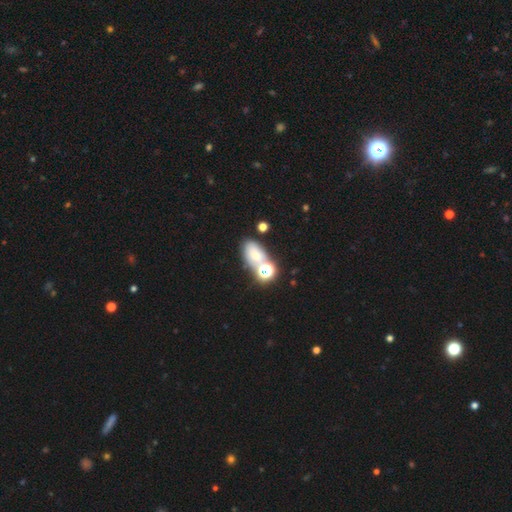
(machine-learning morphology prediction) Smooth or featured?
  - smooth: 55% *
  - featured or disk: 24%
  - star or artifact: 21%
How rounded?
  - in between: 81% *
  - round: 17%
  - cigar-shaped: 3%
Merging?
  - none: 42% *
  - merger: 35%
  - minor disturbance: 14%
  - major disturbance: 8%